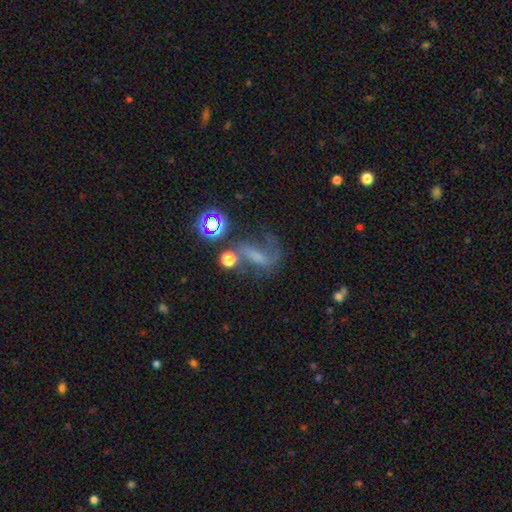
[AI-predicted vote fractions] smooth_or_featured: featured or disk (p=0.46) [alt: smooth p=0.27]
merging: none (p=0.40) [alt: major disturbance p=0.29]